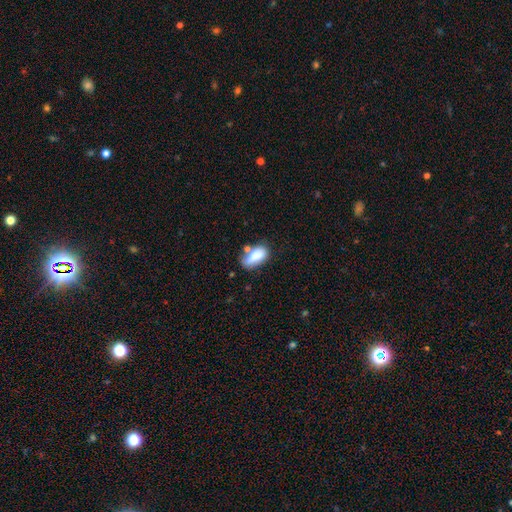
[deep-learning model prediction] Smooth or featured?
  - smooth: 81% *
  - featured or disk: 11%
  - star or artifact: 8%
How rounded?
  - in between: 87% *
  - cigar-shaped: 9%
  - round: 4%
Merging?
  - none: 45% *
  - minor disturbance: 26%
  - merger: 18%
  - major disturbance: 11%